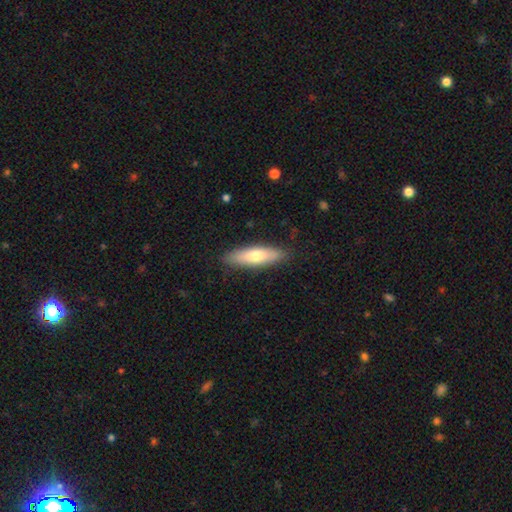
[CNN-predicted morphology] A smooth galaxy with no disk features (68%) that is cigar-shaped (58%). Merging: none (86%).